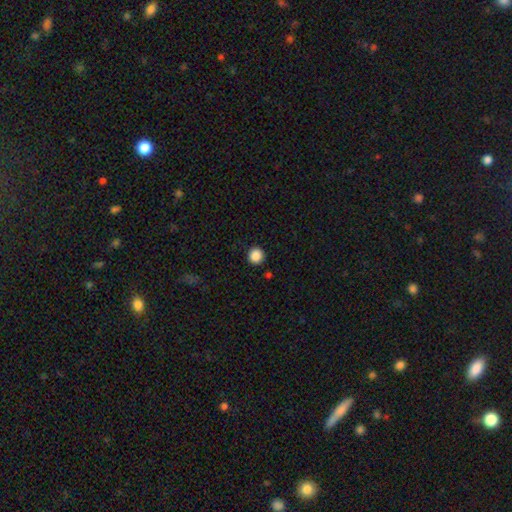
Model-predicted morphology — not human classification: The model was most divided on "smooth or featured": smooth: 88%, star or artifact: 10%, featured or disk: 2%. More confident: how rounded — round (95%); merging — none (92%).